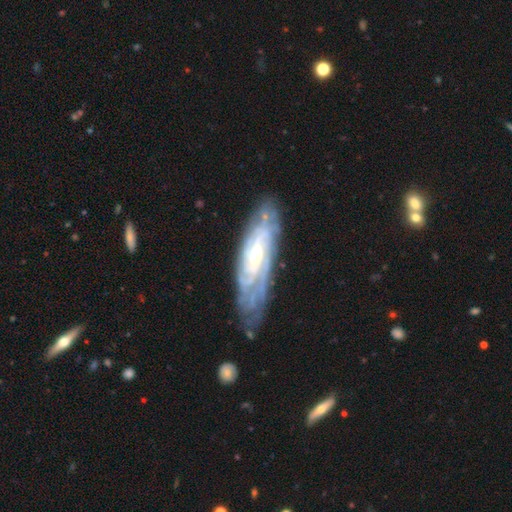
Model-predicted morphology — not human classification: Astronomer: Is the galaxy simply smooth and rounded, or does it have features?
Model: featured or disk — 86%.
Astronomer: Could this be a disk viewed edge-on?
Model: no — 83%.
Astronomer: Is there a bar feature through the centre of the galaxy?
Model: no — 46% (runner-up: weak, 36%).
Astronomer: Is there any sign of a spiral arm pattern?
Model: yes — 95%.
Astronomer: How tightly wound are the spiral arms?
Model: tight — 74%.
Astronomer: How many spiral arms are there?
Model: can't tell — 44%.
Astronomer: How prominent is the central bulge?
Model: small — 50% (runner-up: moderate, 45%).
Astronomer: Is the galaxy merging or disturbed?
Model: none — 73%.